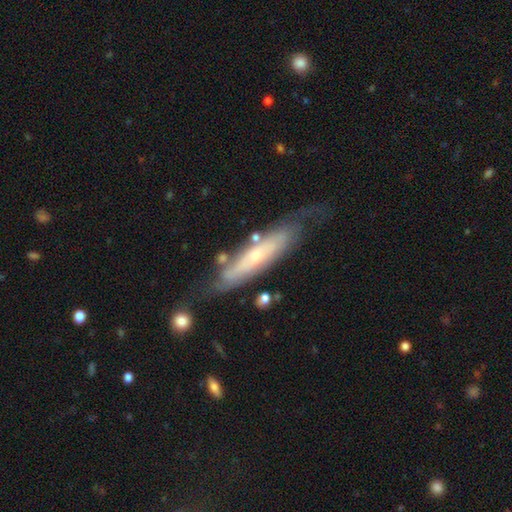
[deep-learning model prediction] This is likely a featured or disk galaxy (68%). It is possibly not viewed edge-on (53%). Merging: possibly none (59%).